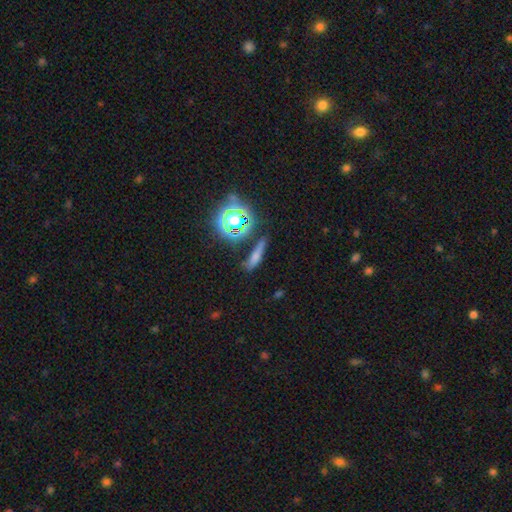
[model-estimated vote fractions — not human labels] Morphology: type=smooth (56%); roundness=cigar-shaped (72%); merging=none (71%).